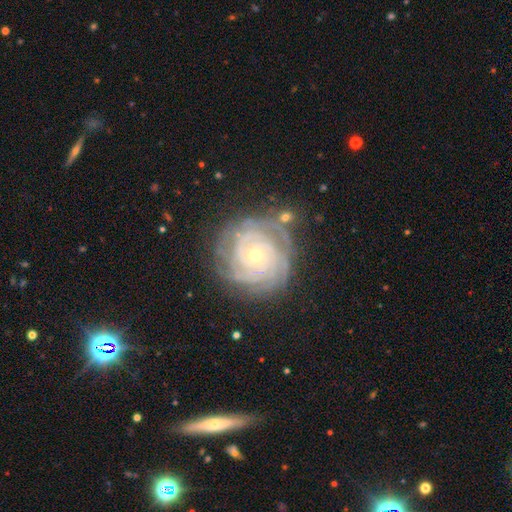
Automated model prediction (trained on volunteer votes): A featured or disk galaxy (86%) with no bar (79%), tight (84%) spiral arms (97%) and a small central bulge (70%). Merging: none (75%).